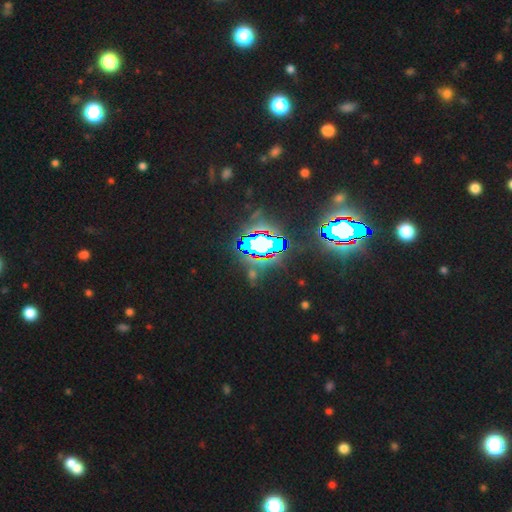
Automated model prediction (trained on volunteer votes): Smooth or featured?
  - star or artifact: 83% *
  - smooth: 10%
  - featured or disk: 7%